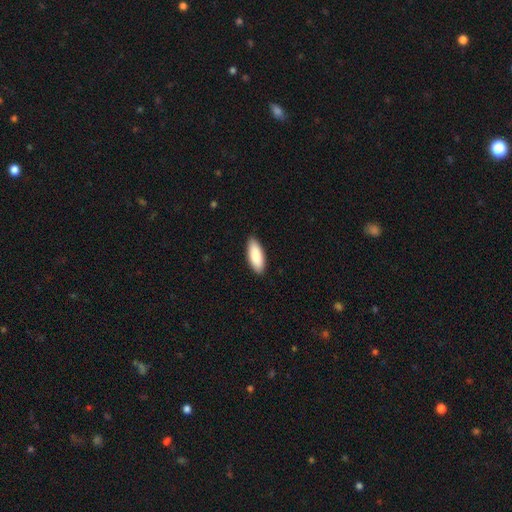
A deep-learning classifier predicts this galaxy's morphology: The model was most divided on "how rounded": in between: 75%, cigar-shaped: 23%, round: 2%. More confident: merging — none (89%); smooth or featured — smooth (88%).